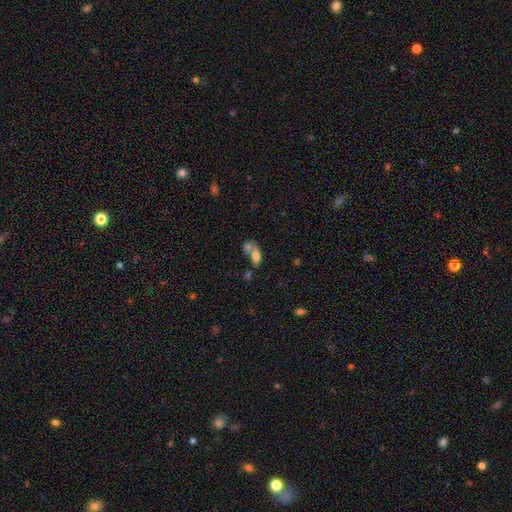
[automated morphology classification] This appears to be a smooth galaxy with no disk features (71%) that is in between round and cigar-shaped (84%). Merging: merger (61%).